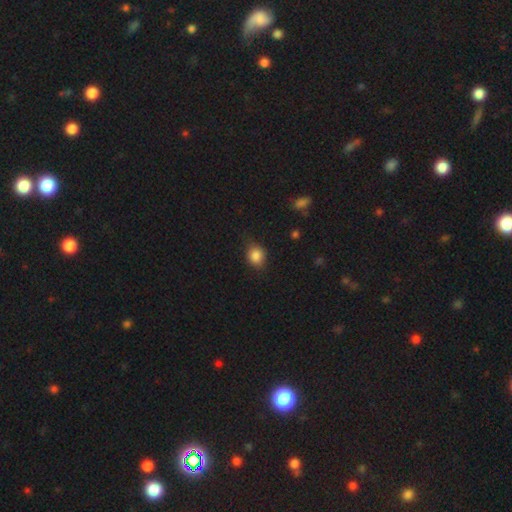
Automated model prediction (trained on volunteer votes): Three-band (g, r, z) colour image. It shows a smooth galaxy with no disk features (85%) that is round (66%). Merging: none (75%).